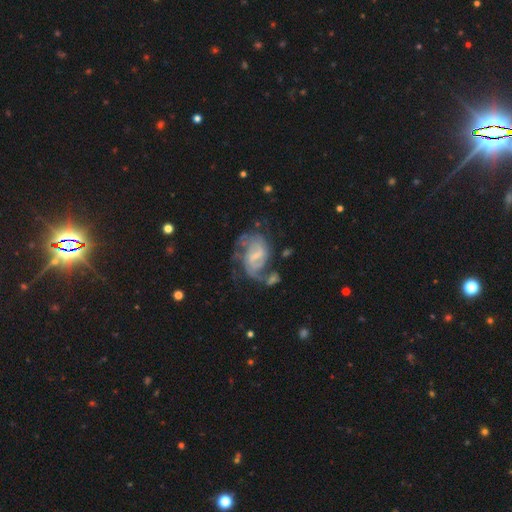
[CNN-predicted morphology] Smooth or featured? featured or disk (83%)
Edge-on disk? no (98%)
Bar? weak (57%)
Spiral arms? yes (91%)
Spiral winding? medium (45%)
Spiral arm count? 2 (49%)
Bulge size? small (53%)
Merging? none (43%)